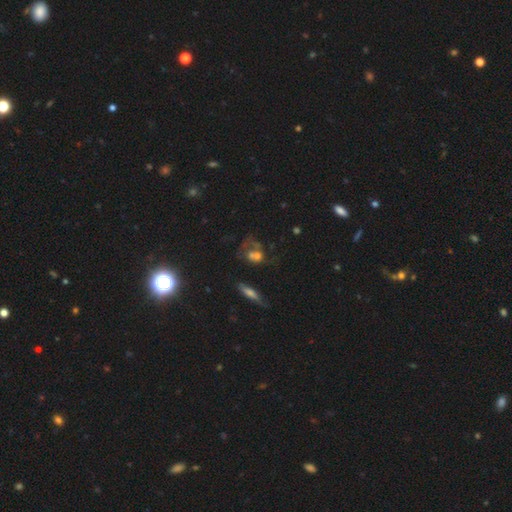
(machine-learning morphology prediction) Smooth or featured: smooth — 44% (featured or disk — 37%)
Merging: merger — 31% (none — 28%)